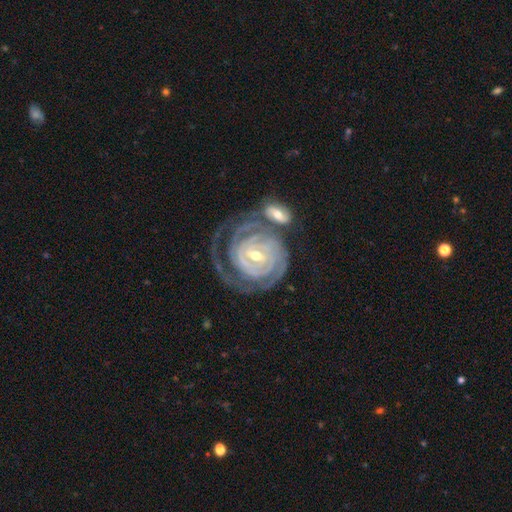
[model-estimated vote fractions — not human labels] Smooth or featured?
  - featured or disk: 91% *
  - smooth: 4%
  - star or artifact: 4%
Edge-on disk?
  - no: 97% *
  - yes: 3%
Bar?
  - weak: 45% *
  - strong: 32%
  - no: 22%
Spiral arms?
  - yes: 98% *
  - no: 2%
Spiral winding?
  - tight: 86% *
  - medium: 12%
  - loose: 2%
Spiral arm count?
  - 2: 34% *
  - can't tell: 23%
  - 3: 21%
  - 4: 10%
  - 1: 6%
  - more than 4: 6%
Bulge size?
  - moderate: 49% *
  - small: 47%
  - large: 2%
  - none: 1%
  - dominant: 1%
Merging?
  - none: 51% *
  - merger: 23%
  - minor disturbance: 15%
  - major disturbance: 12%